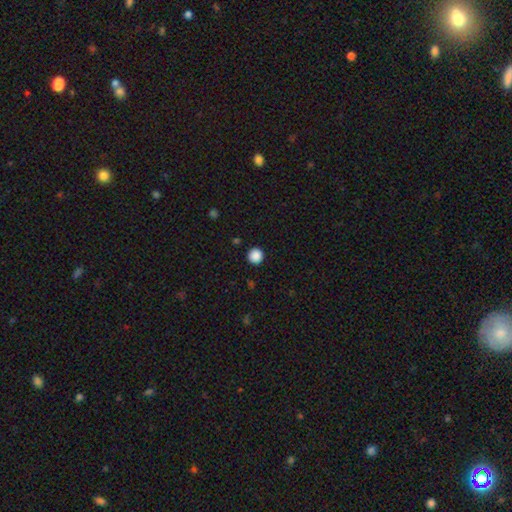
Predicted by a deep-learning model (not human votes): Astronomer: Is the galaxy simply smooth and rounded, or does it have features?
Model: smooth — 88%.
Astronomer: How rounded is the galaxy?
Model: round — 95%.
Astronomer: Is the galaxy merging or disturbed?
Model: none — 93%.